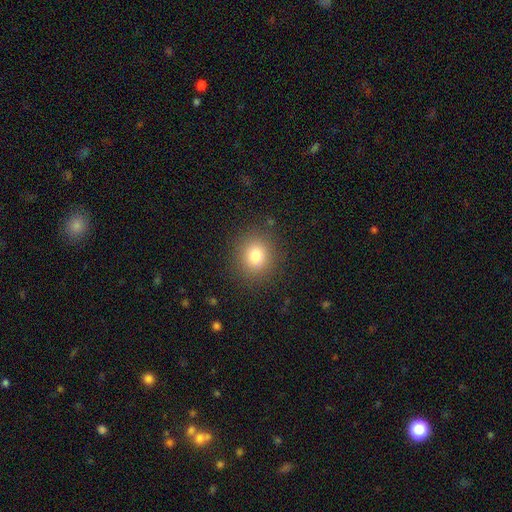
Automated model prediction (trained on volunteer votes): This appears to be a smooth galaxy with no disk features (80%) that is round (81%). Merging: none (88%).